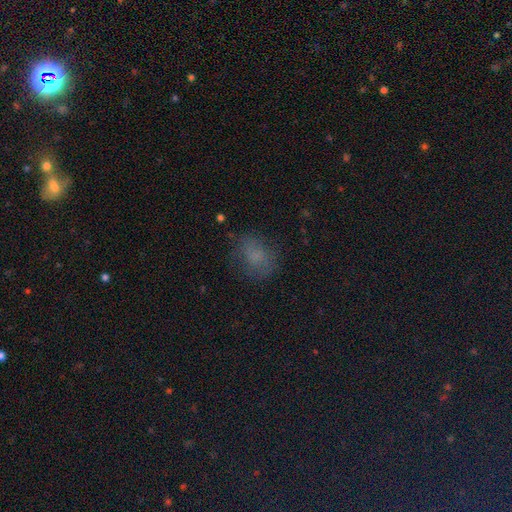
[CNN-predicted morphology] Q: Smooth or featured?
A: smooth (68%); runner-up: star or artifact (16%)
Q: How rounded?
A: round (50%); runner-up: in between (49%)
Q: Merging?
A: none (66%); runner-up: minor disturbance (21%)